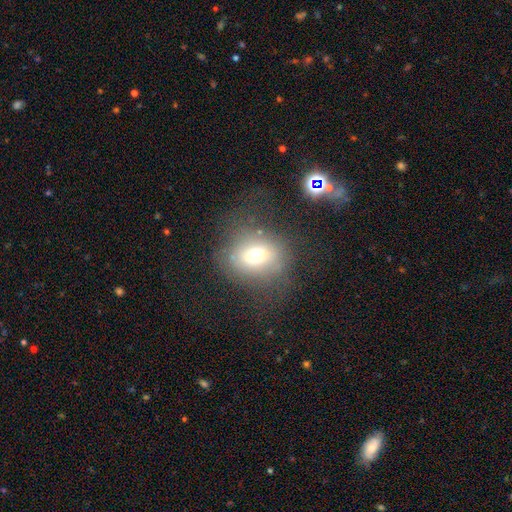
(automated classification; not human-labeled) Q: Smooth or featured?
A: smooth (64%); runner-up: featured or disk (20%)
Q: How rounded?
A: round (64%); runner-up: in between (35%)
Q: Merging?
A: none (61%); runner-up: minor disturbance (19%)